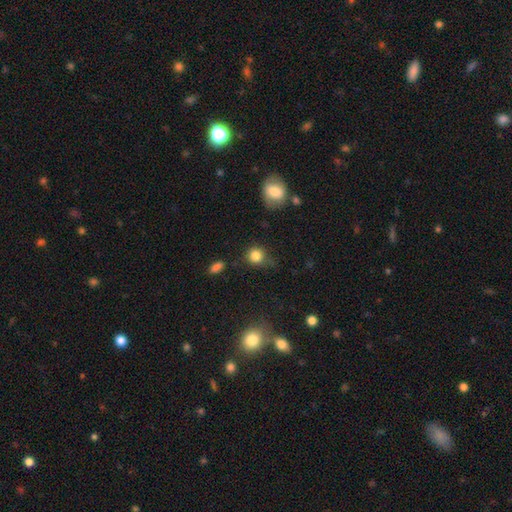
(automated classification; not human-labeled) smooth 82%, star or artifact 12%, featured or disk 6%. Down the decision tree: how rounded — round (85%); merging — none (68%).